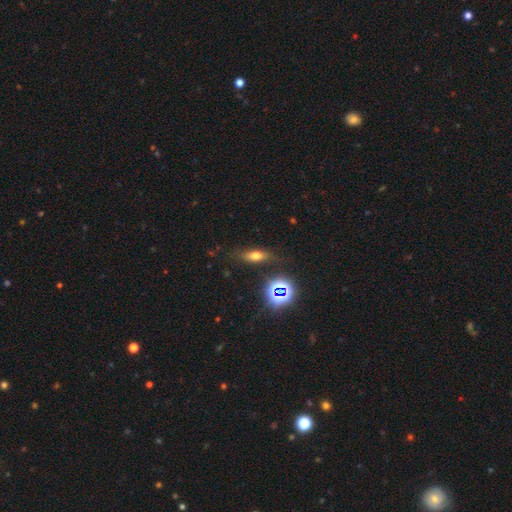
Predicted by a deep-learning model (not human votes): Morphology: type=smooth (57%); roundness=in between (57%); merging=none (79%).